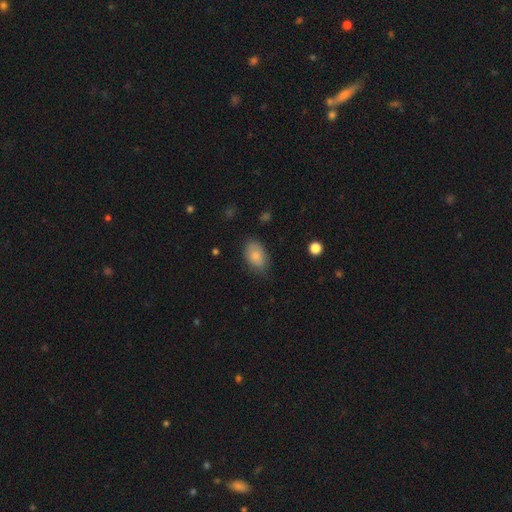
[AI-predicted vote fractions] Smooth or featured?
  - smooth: 83% *
  - featured or disk: 9%
  - star or artifact: 7%
How rounded?
  - in between: 88% *
  - round: 11%
  - cigar-shaped: 1%
Merging?
  - none: 73% *
  - minor disturbance: 22%
  - major disturbance: 5%
  - merger: 1%